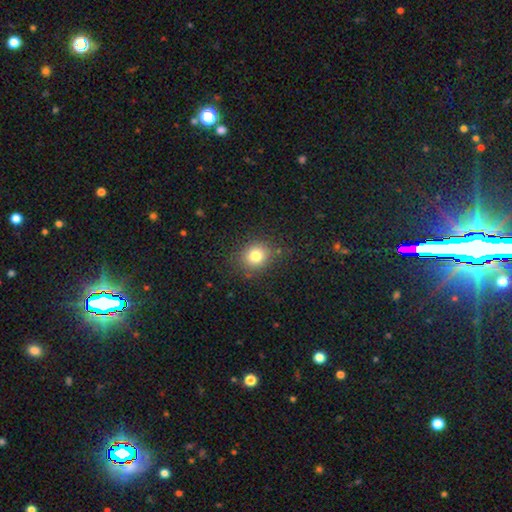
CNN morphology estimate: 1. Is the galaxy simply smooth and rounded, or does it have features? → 79% smooth, 13% star or artifact, 8% featured or disk.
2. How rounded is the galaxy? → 78% round, 21% in between, 1% cigar-shaped.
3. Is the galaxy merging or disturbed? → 84% none, 10% minor disturbance, 4% major disturbance, 2% merger.